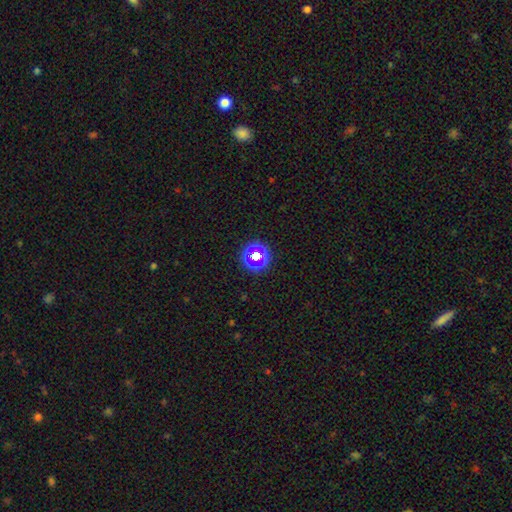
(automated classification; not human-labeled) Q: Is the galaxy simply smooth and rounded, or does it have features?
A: star or artifact — 50%.